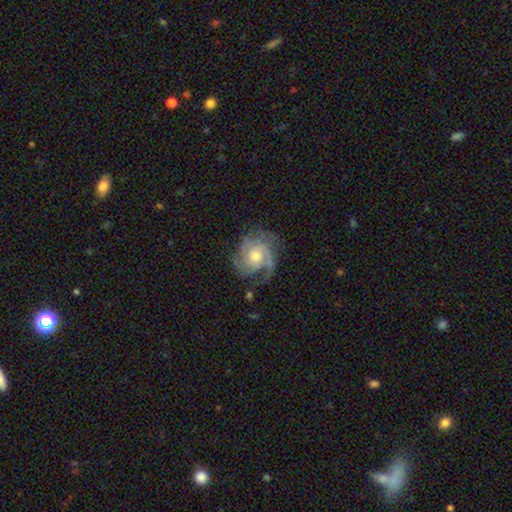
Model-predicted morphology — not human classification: smooth-or-featured: featured or disk: 83% | smooth: 11% | star or artifact: 6%
  disk-edge-on: no: 98% | yes: 2%
    bar: no: 76% | weak: 21% | strong: 3%
    has-spiral-arms: yes: 96% | no: 4%
      spiral-winding: tight: 55% | medium: 35% | loose: 11%
      spiral-arm-count: 3: 34% | 2: 22% | can't tell: 22% | 4: 9% | 1: 7% | more than 4: 6%
    bulge-size: moderate: 64% | small: 28% | large: 5% | none: 1% | dominant: 1%
  merging: none: 68% | minor disturbance: 19% | major disturbance: 12% | merger: 1%